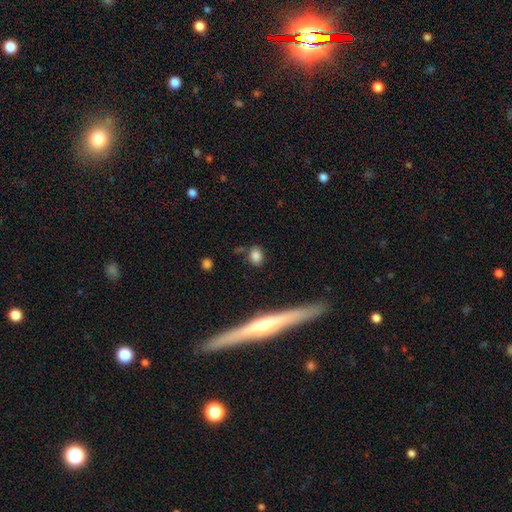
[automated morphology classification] smooth_or_featured: smooth (p=0.82) [alt: star or artifact p=0.10]
how_rounded: in between (p=0.57) [alt: round p=0.40]
merging: none (p=0.73) [alt: minor disturbance p=0.16]